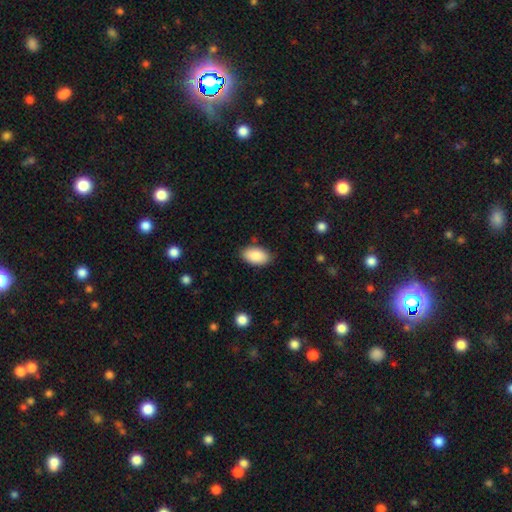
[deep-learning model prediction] Smooth or featured: smooth — 87% (star or artifact — 7%)
How rounded: in between — 94% (round — 4%)
Merging: none — 84% (minor disturbance — 12%)